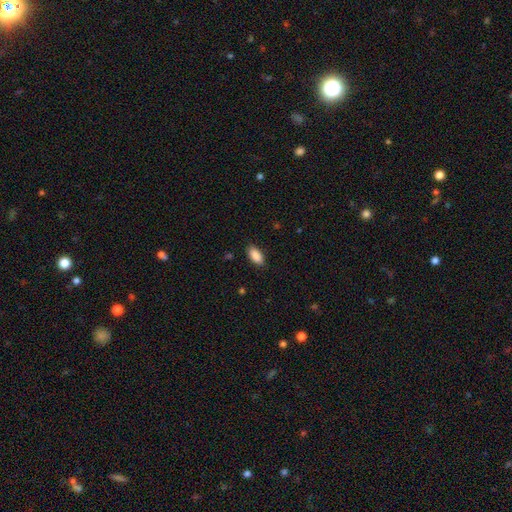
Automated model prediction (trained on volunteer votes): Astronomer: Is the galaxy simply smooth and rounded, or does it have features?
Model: smooth — 89%.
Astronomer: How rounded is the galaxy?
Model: in between — 91%.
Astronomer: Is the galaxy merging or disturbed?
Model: none — 86%.